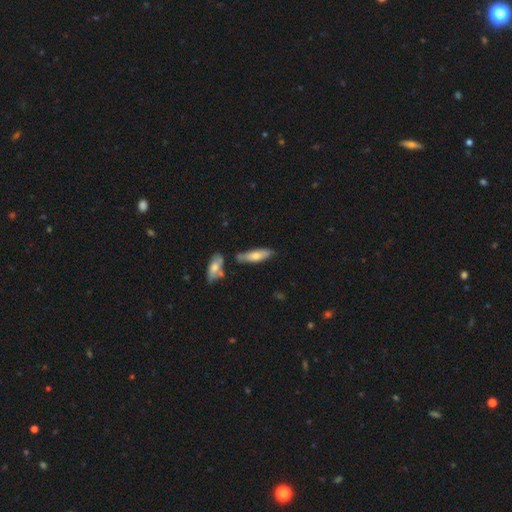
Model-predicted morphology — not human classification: Smooth or featured: smooth — 66% (featured or disk — 28%)
How rounded: cigar-shaped — 58% (in between — 40%)
Merging: none — 69% (minor disturbance — 18%)